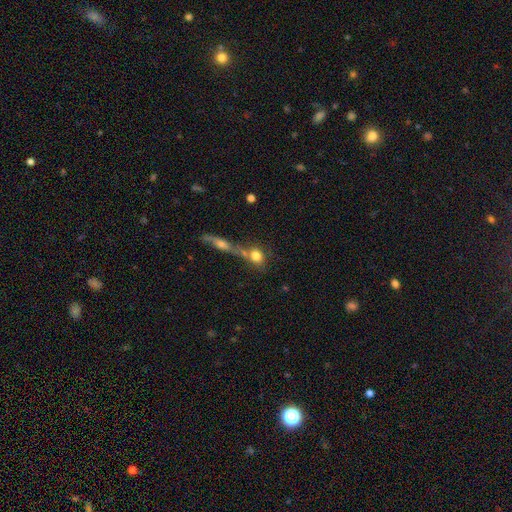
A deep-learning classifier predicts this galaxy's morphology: Smooth or featured: smooth — 75% (featured or disk — 15%)
How rounded: round — 60% (in between — 34%)
Merging: merger — 45% (none — 39%)